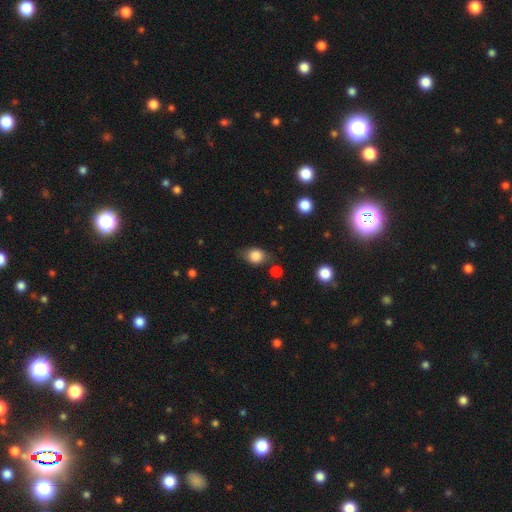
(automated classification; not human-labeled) Morphology: type=smooth (82%); roundness=in between (59%); merging=none (67%).